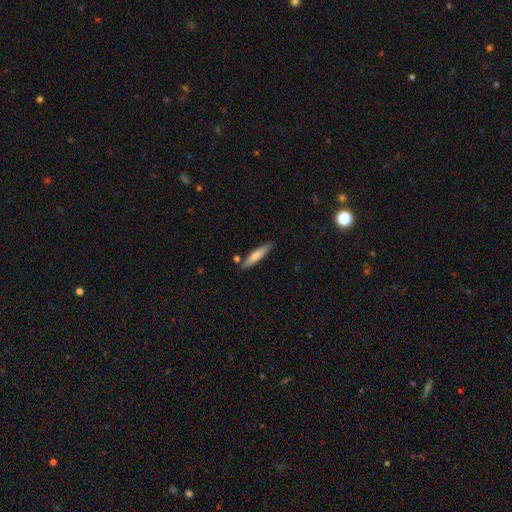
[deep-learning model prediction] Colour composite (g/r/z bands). It shows a smooth galaxy with no disk features (71%) that is cigar-shaped (87%). Merging: none (82%).